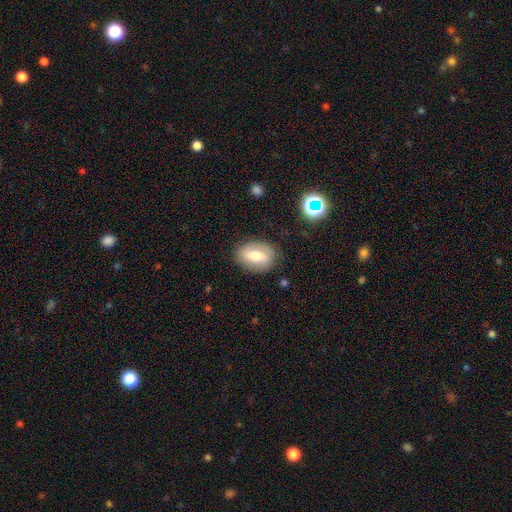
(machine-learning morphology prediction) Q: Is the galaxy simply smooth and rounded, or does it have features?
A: smooth — 51%.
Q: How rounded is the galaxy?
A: in between — 79%.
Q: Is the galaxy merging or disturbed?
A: none — 80%.